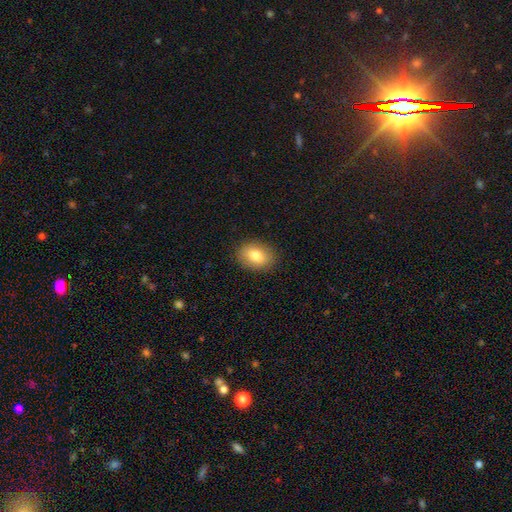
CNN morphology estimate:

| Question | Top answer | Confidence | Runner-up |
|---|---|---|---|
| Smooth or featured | smooth | 80% | featured or disk (12%) |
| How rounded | in between | 72% | round (27%) |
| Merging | none | 88% | minor disturbance (9%) |